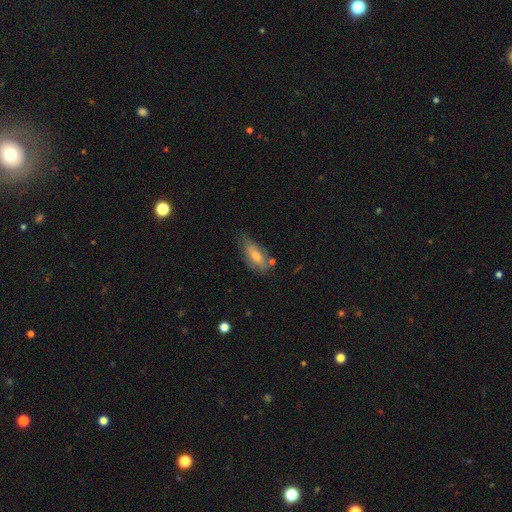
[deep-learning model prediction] A smooth galaxy with no disk features (52%) that is in between round and cigar-shaped (73%). Merging: none (60%).